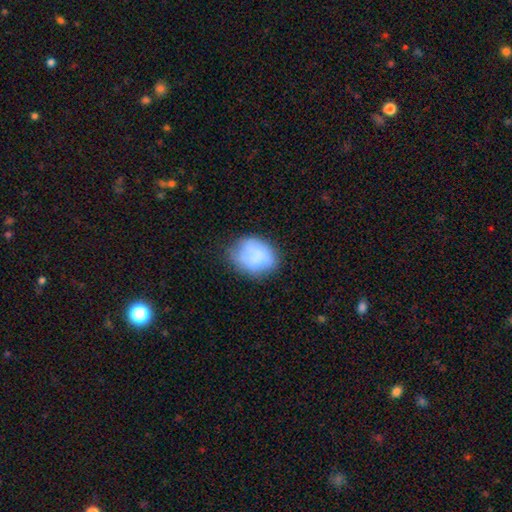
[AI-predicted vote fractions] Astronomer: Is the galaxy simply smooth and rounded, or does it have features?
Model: smooth — 77%.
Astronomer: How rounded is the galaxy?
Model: in between — 53% (runner-up: round, 46%).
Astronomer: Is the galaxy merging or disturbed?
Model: none — 58%.